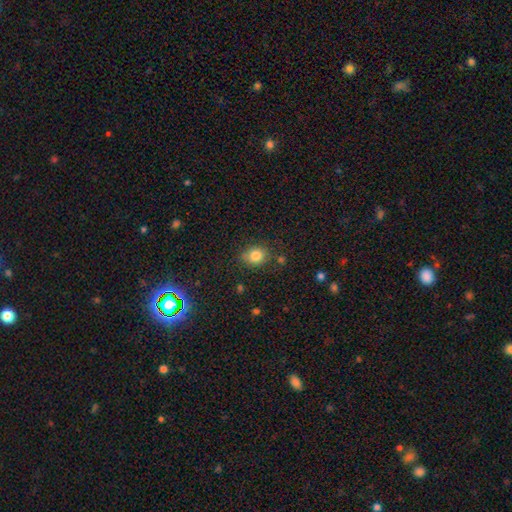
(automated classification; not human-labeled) This is clearly a smooth galaxy (82%). How rounded: likely round (60%). Merging: likely none (74%).